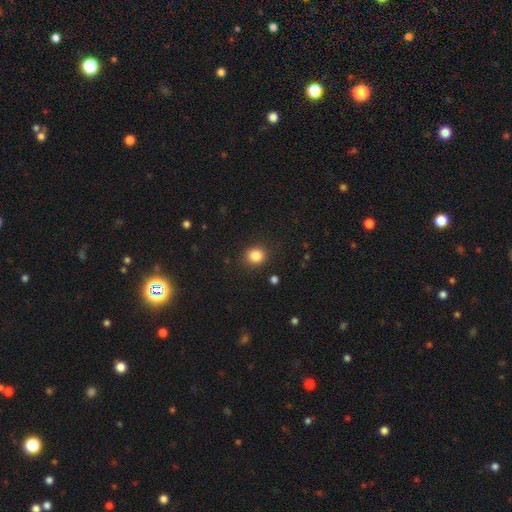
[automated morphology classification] A smooth galaxy with no disk features (84%) that is round (81%). Merging: none (89%).